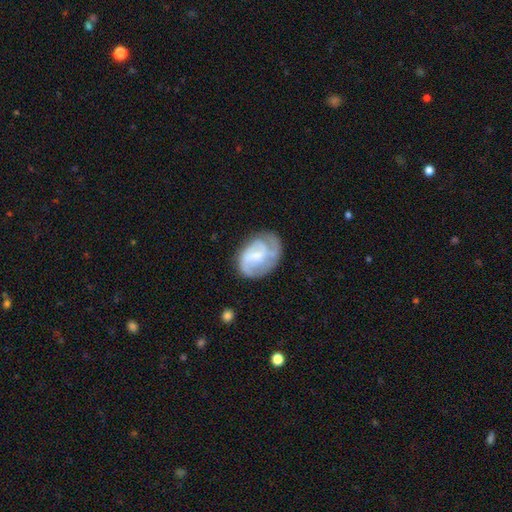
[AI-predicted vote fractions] featured or disk 68%, smooth 26%, star or artifact 6%. Down the decision tree: edge-on disk — no (98%); bar — weak (46%); spiral arms — yes (87%); spiral arm count — 2 (39%); spiral winding — medium (42%); bulge size — small (38%); merging — none (57%).